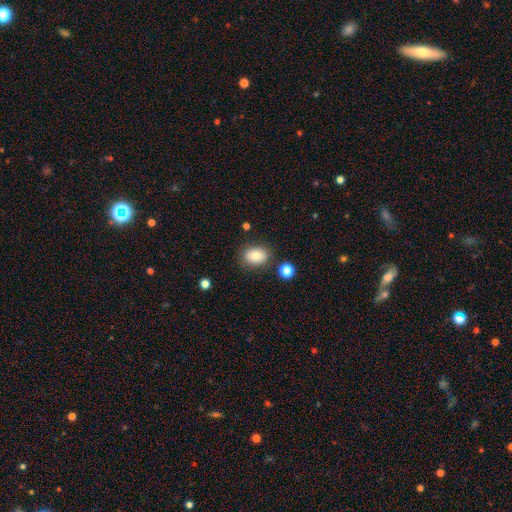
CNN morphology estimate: Smooth or featured? smooth (78%)
How rounded? in between (68%)
Merging? none (80%)